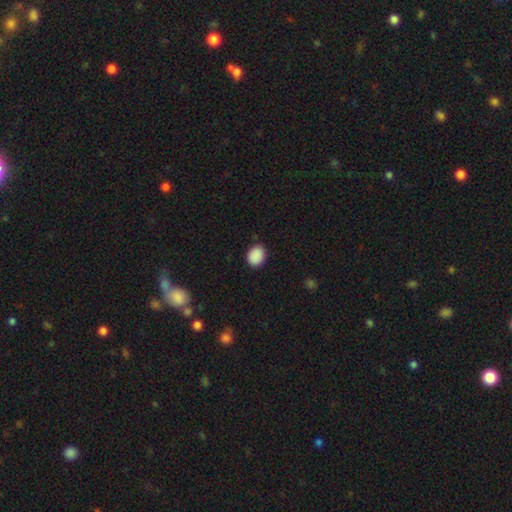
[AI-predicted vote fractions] smooth-or-featured: smooth: 90% | star or artifact: 8% | featured or disk: 2%
  how-rounded: in between: 50% | round: 49% | cigar-shaped: 1%
  merging: none: 88% | minor disturbance: 9% | major disturbance: 2% | merger: 1%